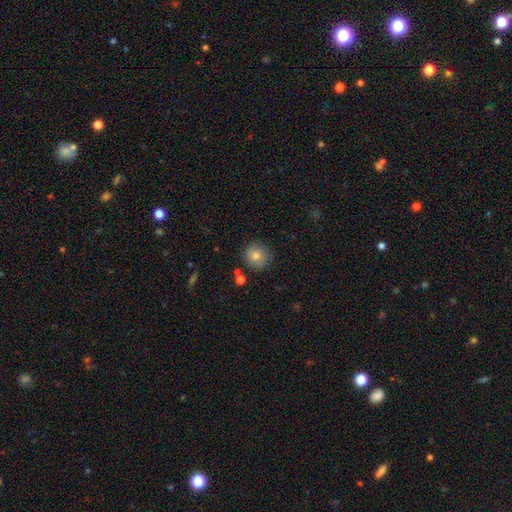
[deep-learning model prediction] smooth_or_featured: smooth (p=0.77) [alt: featured or disk p=0.12]
how_rounded: round (p=0.92) [alt: in between p=0.07]
merging: none (p=0.85) [alt: minor disturbance p=0.10]